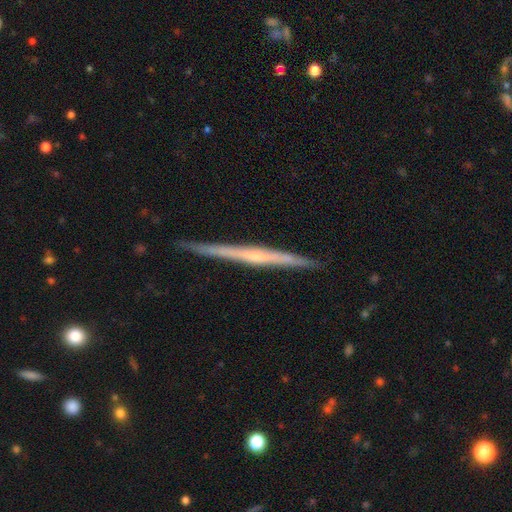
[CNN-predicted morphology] Overall: featured or disk (74%). Edge-on disk: yes (98%). Edge-on bulge: none (50%; rounded 43%). Merging: none (89%).